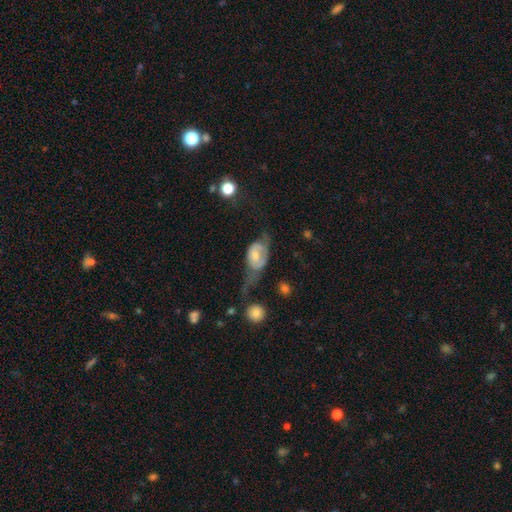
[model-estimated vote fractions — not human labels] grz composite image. It shows a smooth galaxy with no disk features (48%). Merging: major disturbance (54%).